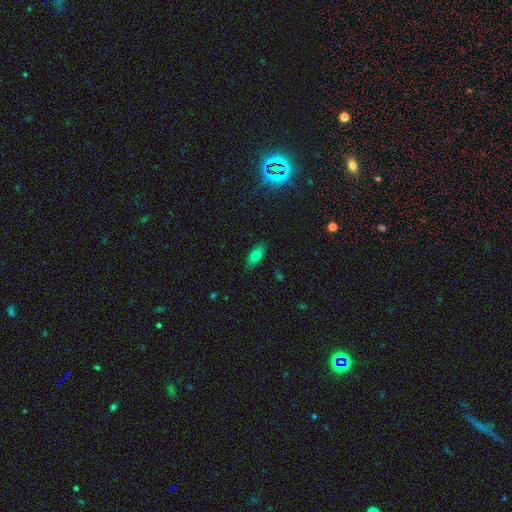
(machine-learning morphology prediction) Q: Smooth or featured?
A: smooth (73%); runner-up: featured or disk (16%)
Q: How rounded?
A: in between (81%); runner-up: cigar-shaped (15%)
Q: Merging?
A: none (83%); runner-up: minor disturbance (13%)